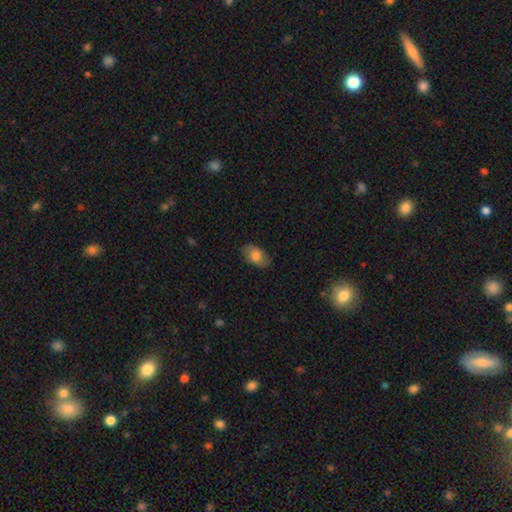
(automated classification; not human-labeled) A smooth galaxy with no disk features (71%) that is in between round and cigar-shaped (91%). Merging: none (81%).